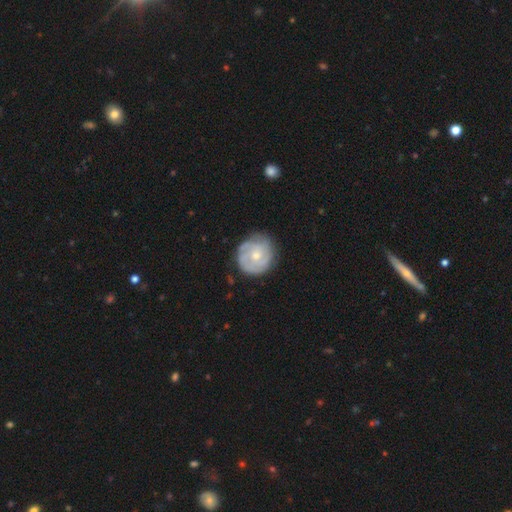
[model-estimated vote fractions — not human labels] smooth_or_featured: featured or disk (p=0.70) [alt: smooth p=0.24]
disk_edge_on: no (p=0.98) [alt: yes p=0.02]
bar: no (p=0.77) [alt: weak p=0.20]
has_spiral_arms: yes (p=0.87) [alt: no p=0.13]
spiral_winding: tight (p=0.65) [alt: medium p=0.28]
spiral_arm_count: can't tell (p=0.35) [alt: 3 p=0.27]
bulge_size: moderate (p=0.48) [tied with: small p=0.48]
merging: none (p=0.77) [alt: minor disturbance p=0.17]